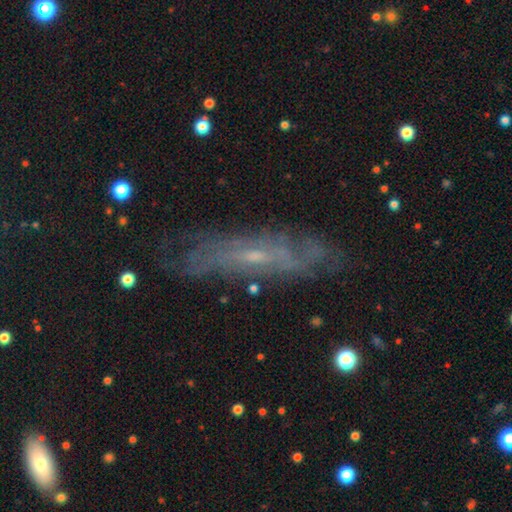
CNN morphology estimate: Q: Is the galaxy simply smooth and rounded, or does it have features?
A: featured or disk — 71%.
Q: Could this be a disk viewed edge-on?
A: no — 61%.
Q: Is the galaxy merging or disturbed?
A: none — 73%.